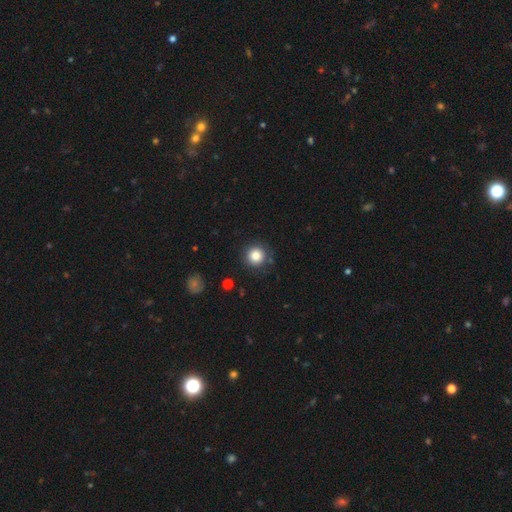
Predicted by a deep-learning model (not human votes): This appears to be a smooth galaxy with no disk features (83%) that is round (95%). Merging: none (86%).